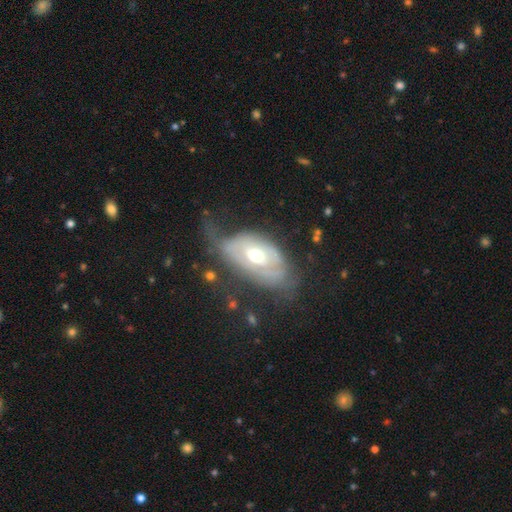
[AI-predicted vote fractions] This appears to be a featured or disk galaxy (68%) with no bar (68%), spiral arms (59%) and a moderate central bulge (73%). Merging: major disturbance (38%).